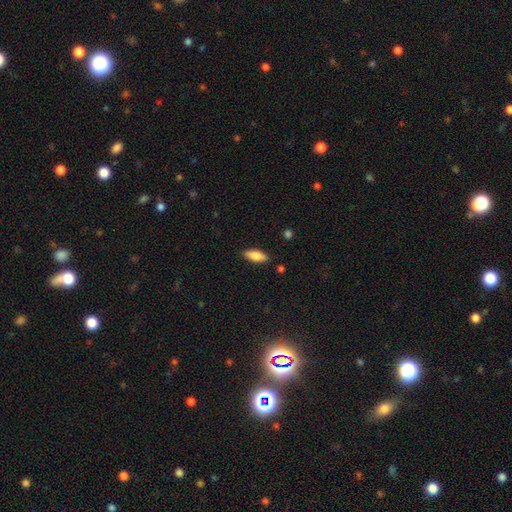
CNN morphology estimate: smooth 77%, featured or disk 16%, star or artifact 7%. Down the decision tree: how rounded — in between (76%); merging — none (87%).